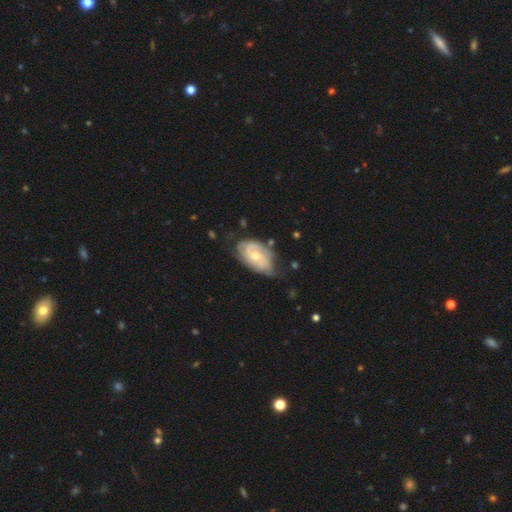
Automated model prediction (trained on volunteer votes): smooth-or-featured: featured or disk: 77% | smooth: 18% | star or artifact: 5%
  disk-edge-on: no: 96% | yes: 4%
    bar: no: 63% | weak: 32% | strong: 5%
    has-spiral-arms: yes: 92% | no: 8%
      spiral-winding: tight: 54% | medium: 35% | loose: 11%
      spiral-arm-count: 2: 50% | can't tell: 26% | 3: 14% | 1: 5% | 4: 3% | more than 4: 2%
    bulge-size: moderate: 58% | small: 36% | large: 3% | none: 2% | dominant: 1%
  merging: none: 57% | minor disturbance: 29% | major disturbance: 11% | merger: 3%